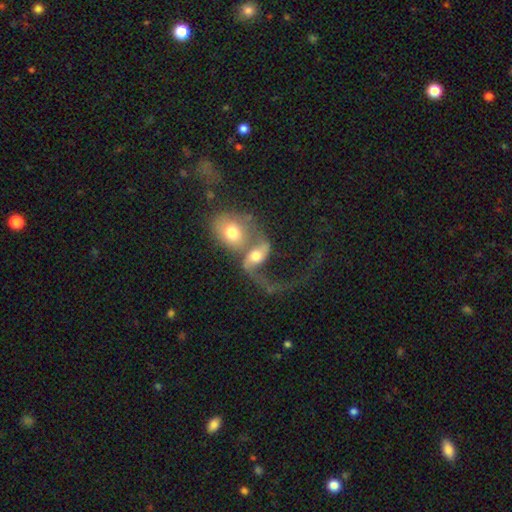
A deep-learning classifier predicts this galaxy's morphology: This is likely a featured or disk galaxy (61%). It is clearly not viewed edge-on (95%). Bar: possibly no (59%). Spiral arm pattern: likely yes (77%). Central bulge: possibly moderate (58%). Merging: likely merger (71%).